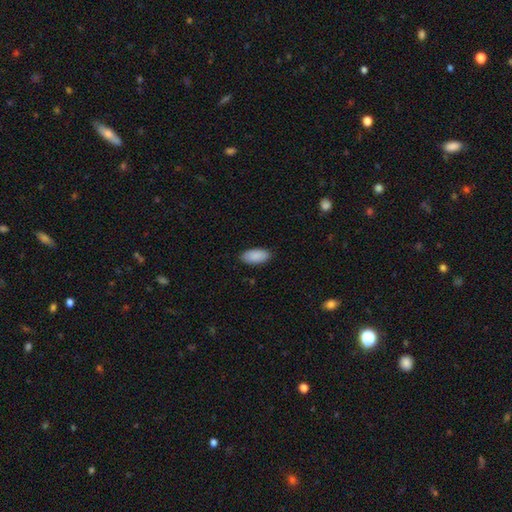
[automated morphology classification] smooth 90%, star or artifact 6%, featured or disk 4%. Down the decision tree: how rounded — in between (94%); merging — none (88%).